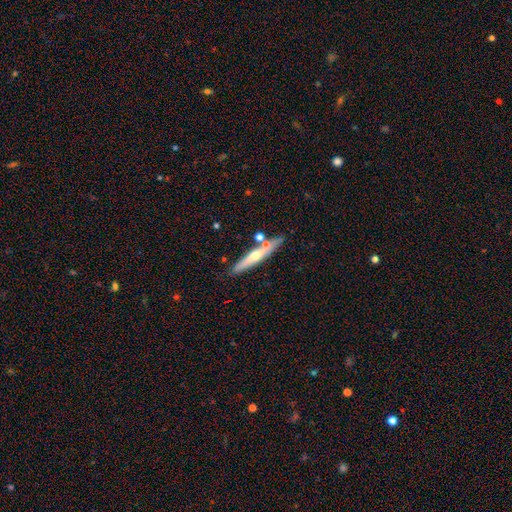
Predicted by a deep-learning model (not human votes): Smooth or featured? featured or disk (52%)
Edge-on disk? yes (88%)
Merging? none (75%)